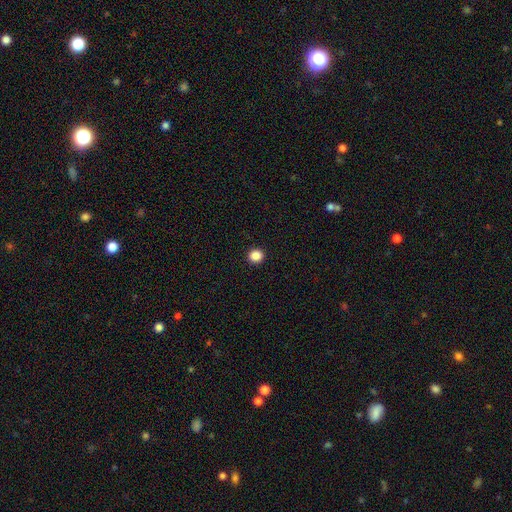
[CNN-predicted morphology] Q: Smooth or featured?
A: smooth (87%); runner-up: star or artifact (10%)
Q: How rounded?
A: round (91%); runner-up: in between (9%)
Q: Merging?
A: none (93%); runner-up: minor disturbance (4%)